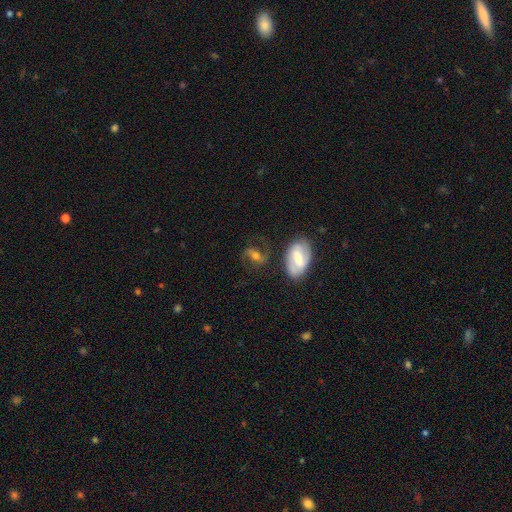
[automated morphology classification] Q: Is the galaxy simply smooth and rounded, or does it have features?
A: featured or disk — 64%.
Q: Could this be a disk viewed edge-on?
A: no — 91%.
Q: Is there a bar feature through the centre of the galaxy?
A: strong — 41%.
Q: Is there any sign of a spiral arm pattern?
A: yes — 82%.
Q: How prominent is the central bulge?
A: moderate — 57%.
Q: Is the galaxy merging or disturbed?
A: none — 62%.